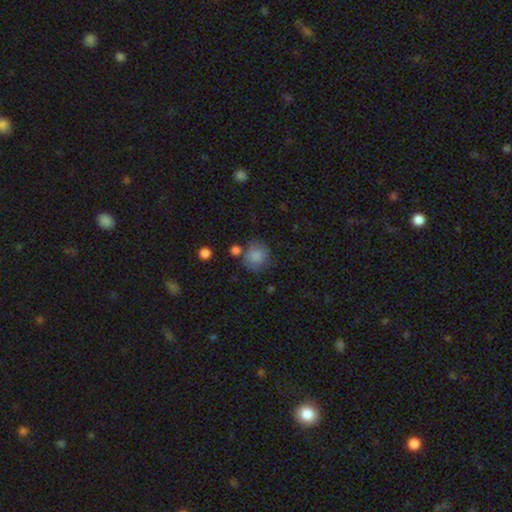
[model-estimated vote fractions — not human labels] This is clearly a smooth galaxy (82%). How rounded: clearly round (81%). Merging: likely none (64%).